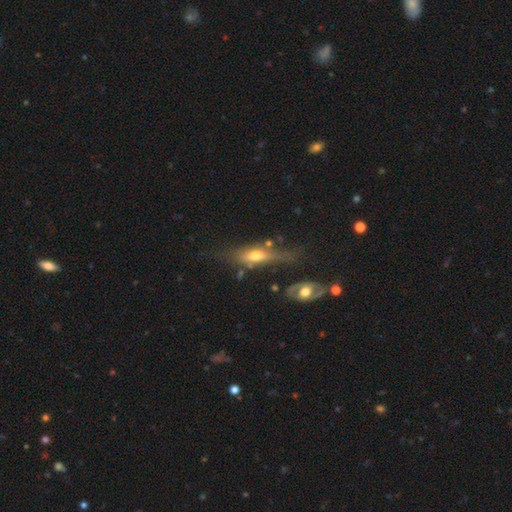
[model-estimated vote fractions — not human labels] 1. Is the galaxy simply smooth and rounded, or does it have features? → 57% featured or disk, 35% smooth, 9% star or artifact.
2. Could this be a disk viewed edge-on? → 75% yes, 25% no.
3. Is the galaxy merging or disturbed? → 50% none, 24% minor disturbance, 14% major disturbance, 12% merger.